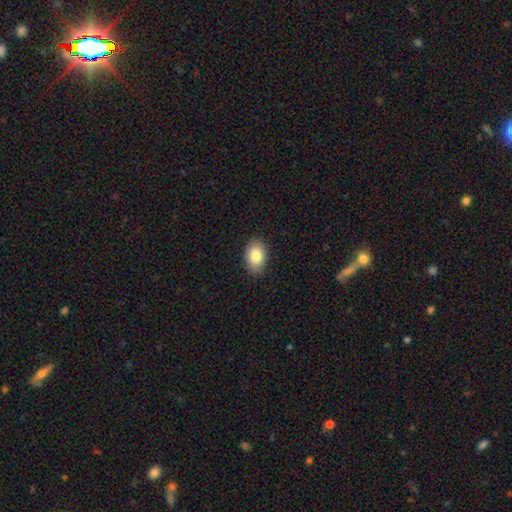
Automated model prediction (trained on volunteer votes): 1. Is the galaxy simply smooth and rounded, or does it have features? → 84% smooth, 8% featured or disk, 8% star or artifact.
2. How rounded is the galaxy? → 84% in between, 15% round, 1% cigar-shaped.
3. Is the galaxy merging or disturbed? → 87% none, 10% minor disturbance, 2% major disturbance, 1% merger.